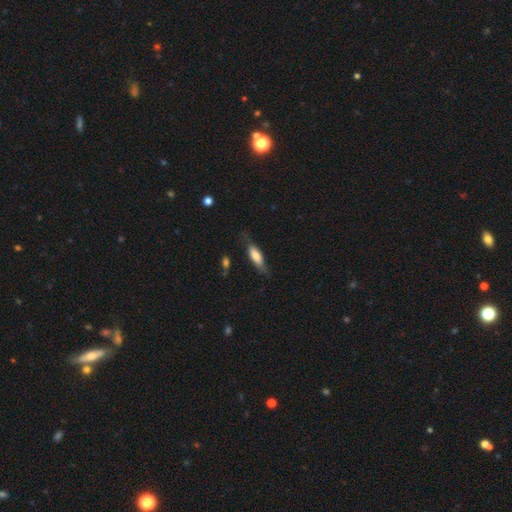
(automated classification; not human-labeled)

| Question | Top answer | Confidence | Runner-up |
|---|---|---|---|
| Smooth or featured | smooth | 68% | featured or disk (26%) |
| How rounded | in between | 53% | cigar-shaped (45%) |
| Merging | none | 64% | minor disturbance (25%) |